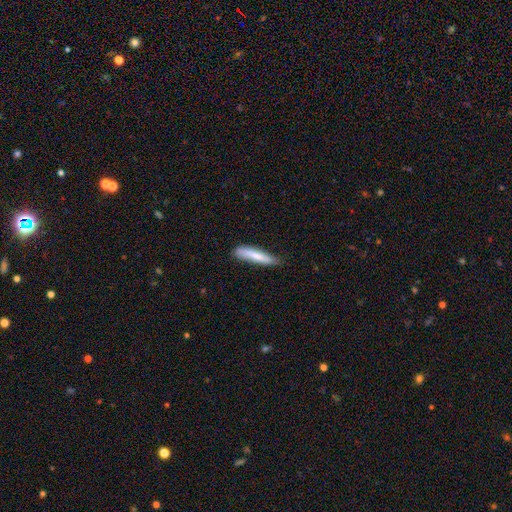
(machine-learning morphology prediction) smooth-or-featured: smooth: 74% | featured or disk: 20% | star or artifact: 6%
  how-rounded: cigar-shaped: 86% | in between: 13% | round: 1%
  merging: none: 71% | minor disturbance: 24% | major disturbance: 4% | merger: 2%